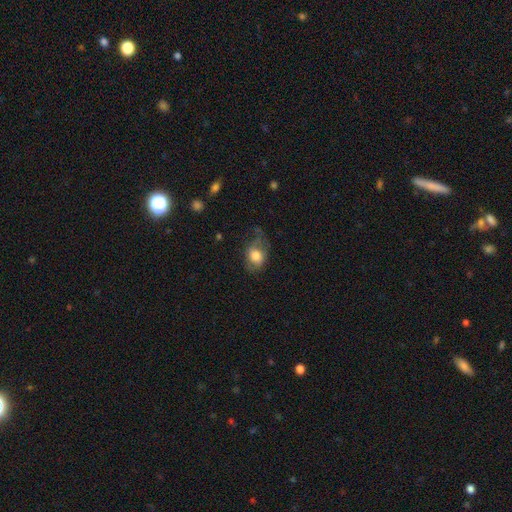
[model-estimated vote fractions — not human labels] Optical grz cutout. It shows a smooth galaxy with no disk features (69%) that is in between round and cigar-shaped (60%). Merging: none (39%).